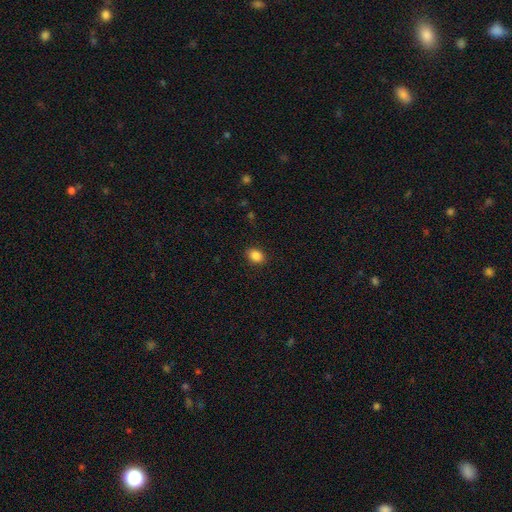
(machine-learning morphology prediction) Smooth or featured?
  - smooth: 87% *
  - star or artifact: 9%
  - featured or disk: 4%
How rounded?
  - in between: 69% *
  - round: 30%
  - cigar-shaped: 1%
Merging?
  - none: 89% *
  - minor disturbance: 8%
  - major disturbance: 2%
  - merger: 1%